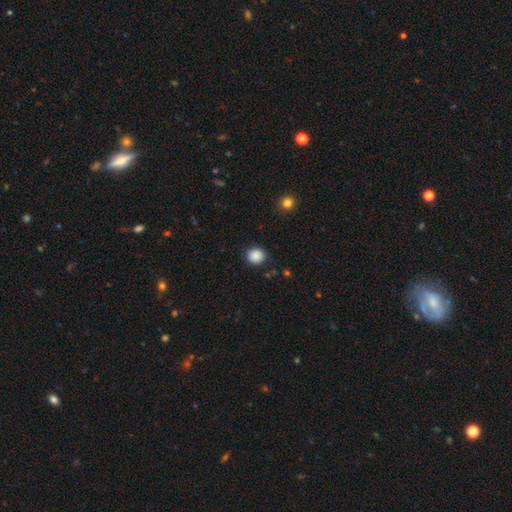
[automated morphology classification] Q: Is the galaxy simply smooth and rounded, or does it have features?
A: smooth — 88%.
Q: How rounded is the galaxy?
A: round — 81%.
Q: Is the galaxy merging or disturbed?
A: none — 89%.